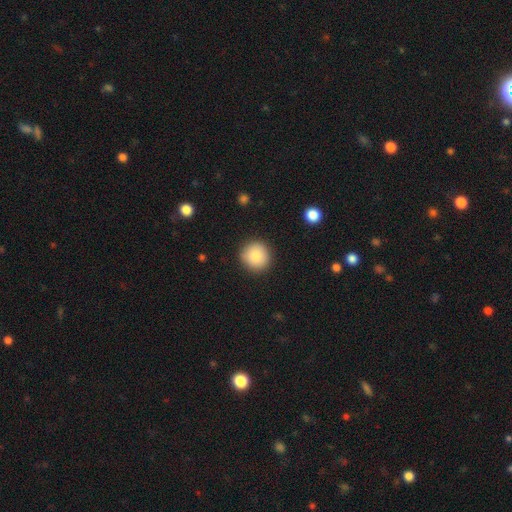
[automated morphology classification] smooth-or-featured: smooth: 84% | star or artifact: 9% | featured or disk: 8%
  how-rounded: round: 94% | in between: 5% | cigar-shaped: 1%
  merging: none: 90% | minor disturbance: 7% | major disturbance: 2% | merger: 1%